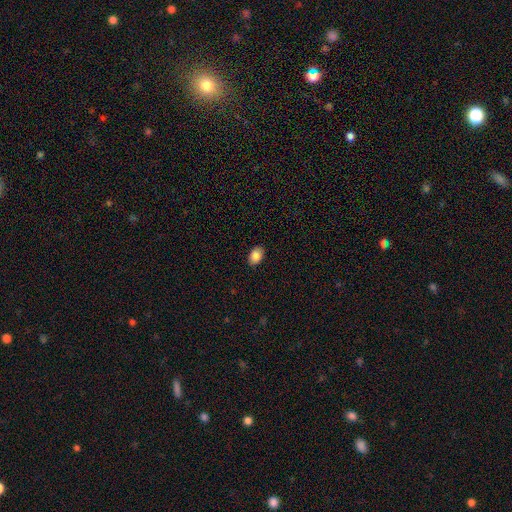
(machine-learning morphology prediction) Q: Smooth or featured?
A: smooth (87%); runner-up: star or artifact (8%)
Q: How rounded?
A: in between (86%); runner-up: round (13%)
Q: Merging?
A: none (89%); runner-up: minor disturbance (8%)